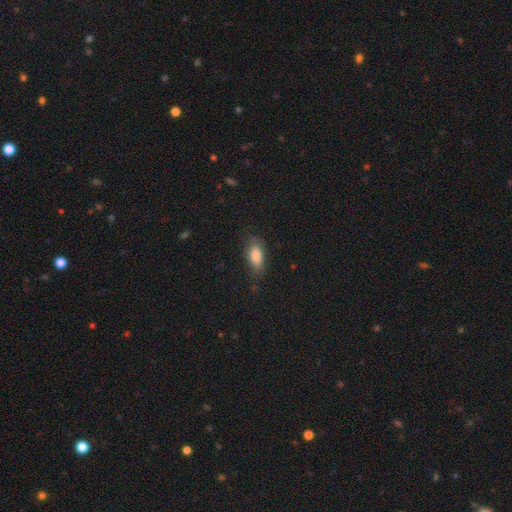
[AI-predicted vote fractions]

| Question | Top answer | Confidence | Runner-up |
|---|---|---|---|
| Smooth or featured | smooth | 83% | featured or disk (9%) |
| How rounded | in between | 84% | cigar-shaped (13%) |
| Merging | none | 72% | minor disturbance (21%) |